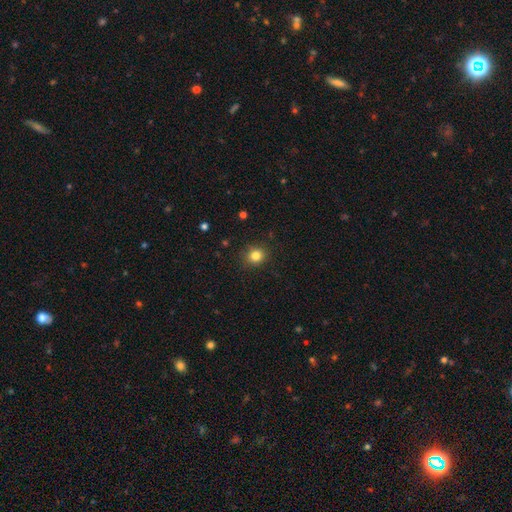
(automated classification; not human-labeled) Smooth or featured?
  - smooth: 83% *
  - star or artifact: 12%
  - featured or disk: 5%
How rounded?
  - round: 83% *
  - in between: 16%
  - cigar-shaped: 1%
Merging?
  - none: 89% *
  - minor disturbance: 8%
  - major disturbance: 2%
  - merger: 1%